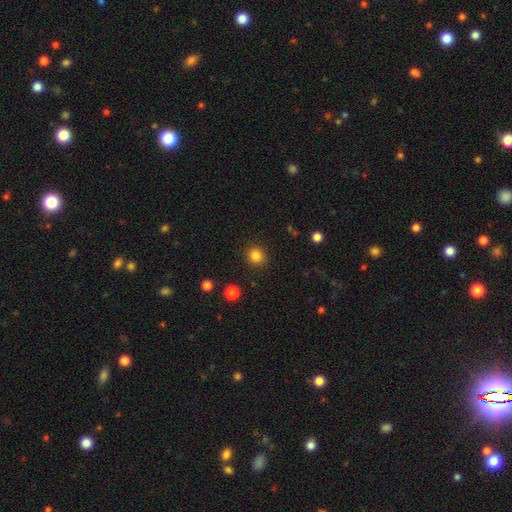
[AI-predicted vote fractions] Smooth or featured: smooth — 84% (star or artifact — 12%)
How rounded: round — 85% (in between — 14%)
Merging: none — 90% (minor disturbance — 7%)